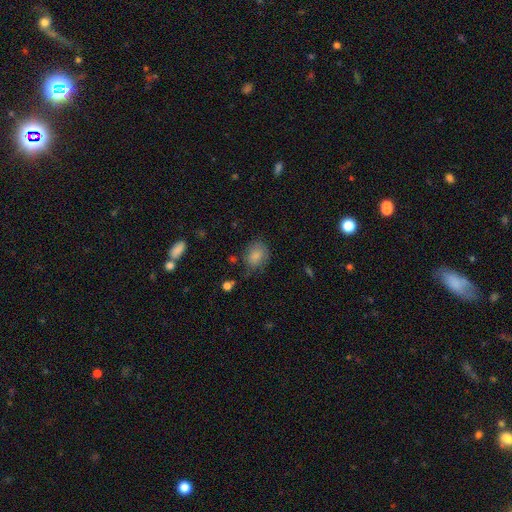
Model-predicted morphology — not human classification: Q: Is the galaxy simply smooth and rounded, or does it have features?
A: smooth — 81%.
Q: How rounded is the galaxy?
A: in between — 56%.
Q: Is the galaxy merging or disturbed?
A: none — 54%.